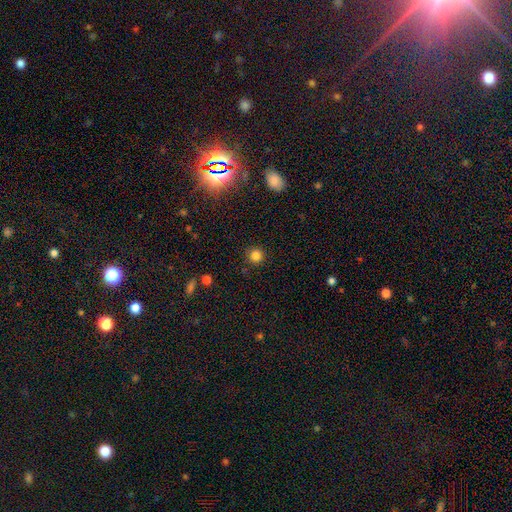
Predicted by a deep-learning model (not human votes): A smooth galaxy with no disk features (82%) that is round (94%).

Vote fractions:
- Smooth or featured? smooth: 82% / star or artifact: 13% / featured or disk: 5%
- How rounded? round: 94% / in between: 5% / cigar-shaped: 1%
- Merging? none: 90% / minor disturbance: 7% / major disturbance: 2% / merger: 1%